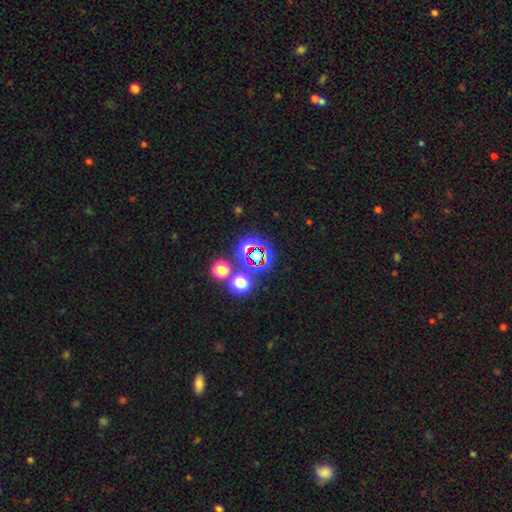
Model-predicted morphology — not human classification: A star or artifact, not a galaxy (60%).

Vote fractions:
- Smooth or featured? star or artifact: 60% / smooth: 28% / featured or disk: 11%